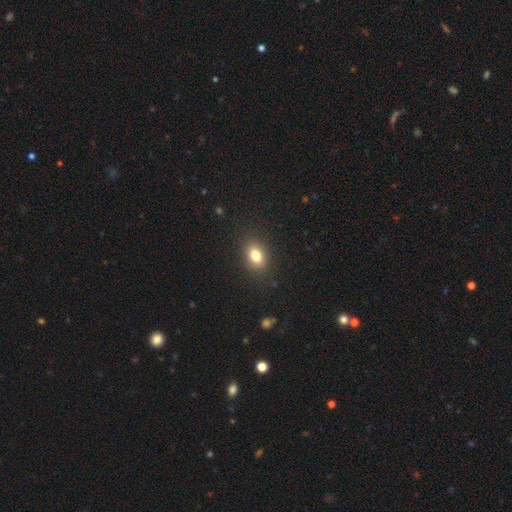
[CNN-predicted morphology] Q: Smooth or featured?
A: smooth (80%); runner-up: star or artifact (11%)
Q: How rounded?
A: in between (76%); runner-up: round (23%)
Q: Merging?
A: none (87%); runner-up: minor disturbance (9%)